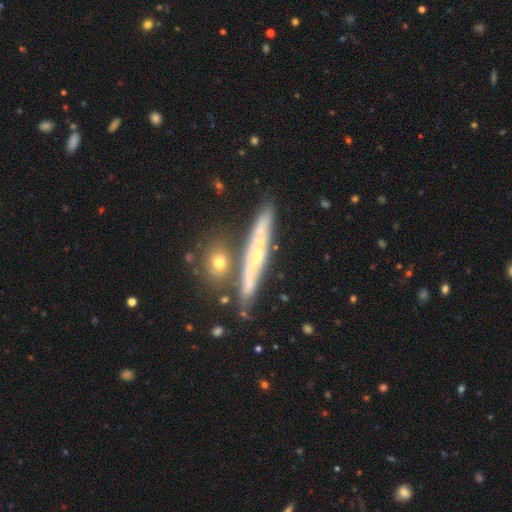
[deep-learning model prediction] Smooth or featured: featured or disk — 69% (smooth — 24%)
Edge-on disk: yes — 84% (no — 16%)
Edge-on bulge: rounded — 55% (none — 40%)
Merging: none — 72% (minor disturbance — 14%)